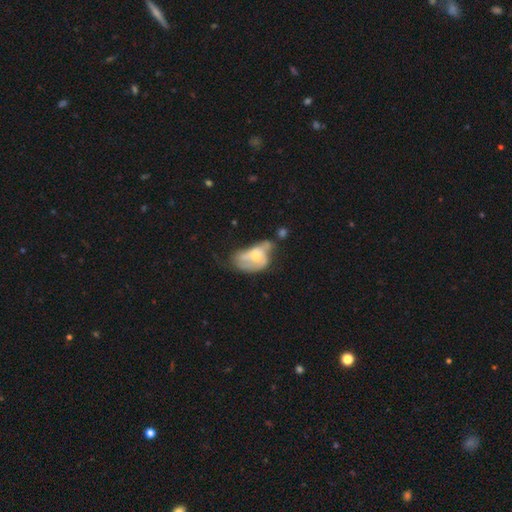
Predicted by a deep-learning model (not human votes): This is possibly a featured or disk galaxy (47%). Merging: marginally major disturbance (37%).